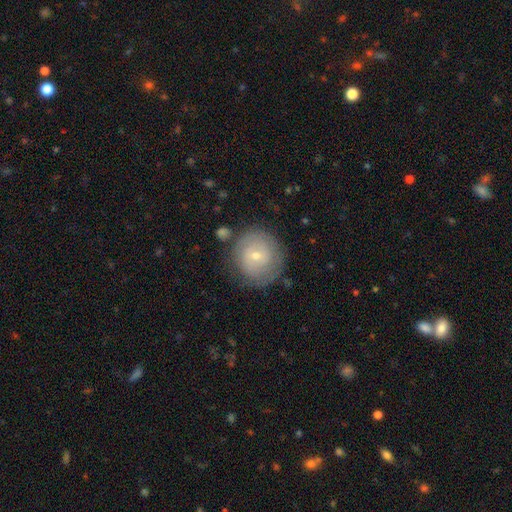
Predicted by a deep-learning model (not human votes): Overall: smooth (46%; featured or disk 45%). Merging: none (76%).